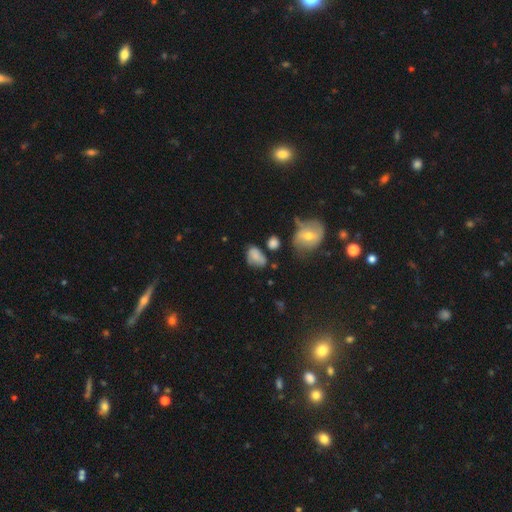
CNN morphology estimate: Smooth or featured? Predicted: smooth (p=0.69). How rounded? Predicted: in between (p=0.81). Merging? Predicted: none (p=0.46).